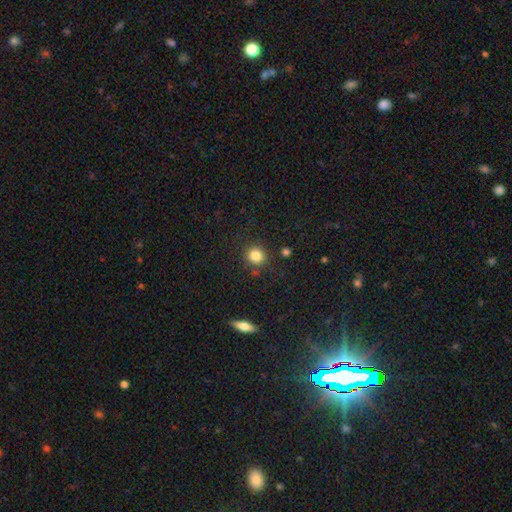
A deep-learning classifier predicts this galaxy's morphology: Q: Smooth or featured?
A: smooth (84%); runner-up: star or artifact (11%)
Q: How rounded?
A: round (88%); runner-up: in between (11%)
Q: Merging?
A: none (85%); runner-up: minor disturbance (9%)